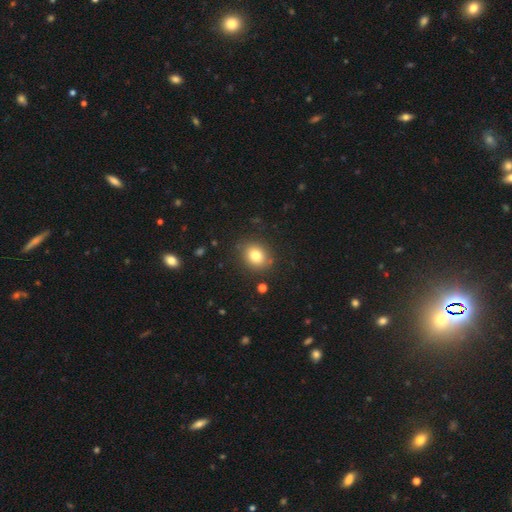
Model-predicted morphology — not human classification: A smooth galaxy with no disk features (80%) that is round (59%).

Vote fractions:
- Smooth or featured? smooth: 80% / star or artifact: 11% / featured or disk: 9%
- How rounded? round: 59% / in between: 41% / cigar-shaped: 1%
- Merging? none: 85% / minor disturbance: 10% / major disturbance: 3% / merger: 2%